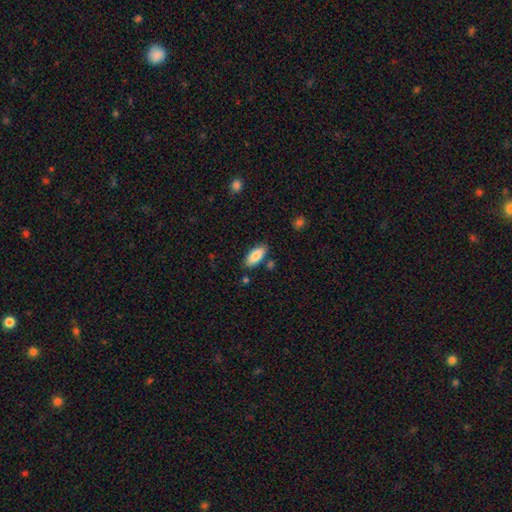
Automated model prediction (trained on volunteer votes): smooth-or-featured: smooth: 85% | featured or disk: 9% | star or artifact: 6%
  how-rounded: in between: 87% | cigar-shaped: 12% | round: 2%
  merging: none: 83% | minor disturbance: 12% | merger: 4% | major disturbance: 2%